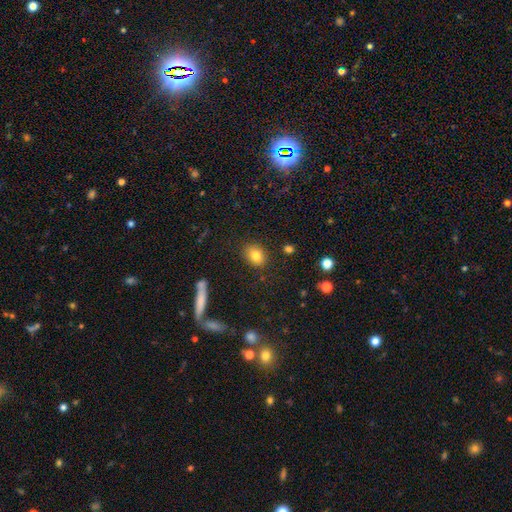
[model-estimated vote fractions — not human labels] smooth_or_featured: smooth (p=0.82) [alt: star or artifact p=0.10]
how_rounded: in between (p=0.59) [alt: round p=0.39]
merging: none (p=0.85) [alt: minor disturbance p=0.10]